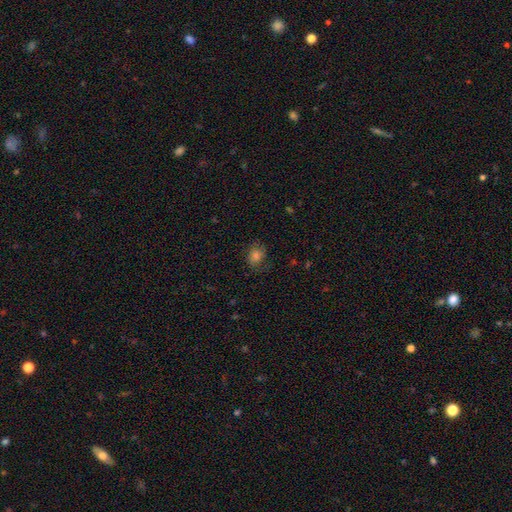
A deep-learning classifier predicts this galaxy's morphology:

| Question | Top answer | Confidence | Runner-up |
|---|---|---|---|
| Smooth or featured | smooth | 70% | star or artifact (17%) |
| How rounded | in between | 50% | round (49%) |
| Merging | none | 72% | minor disturbance (18%) |